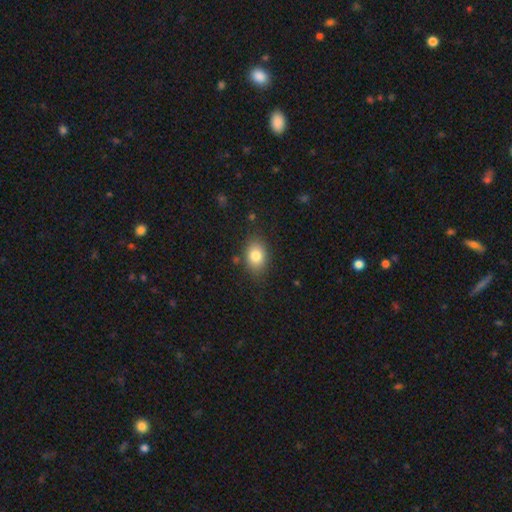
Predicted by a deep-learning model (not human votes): Morphology: type=smooth (82%); roundness=in between (73%); merging=none (80%).